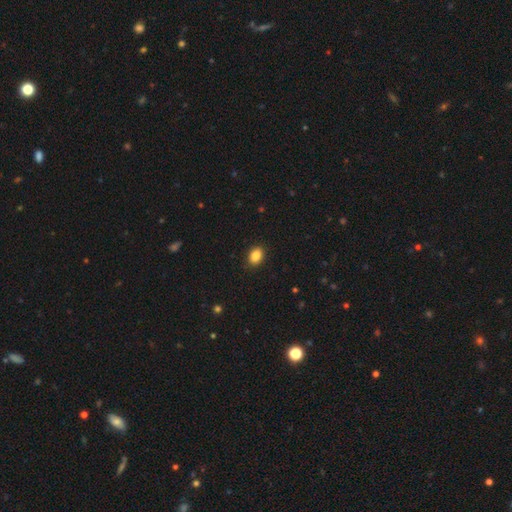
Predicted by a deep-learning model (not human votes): smooth-or-featured: smooth: 87% | star or artifact: 9% | featured or disk: 4%
  how-rounded: in between: 69% | round: 30% | cigar-shaped: 1%
  merging: none: 89% | minor disturbance: 8% | major disturbance: 2% | merger: 1%